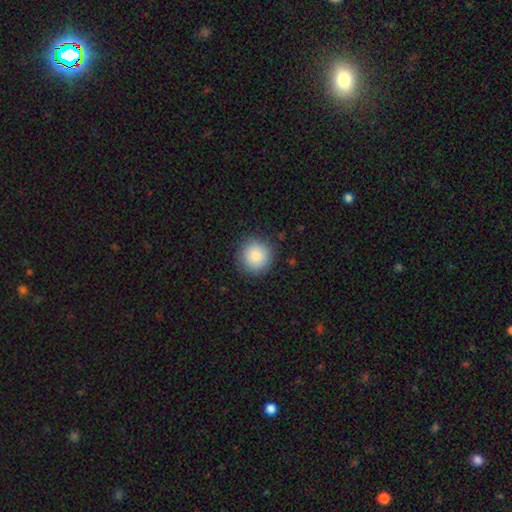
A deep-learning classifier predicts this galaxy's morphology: A smooth galaxy with no disk features (85%) that is round (94%).

Vote fractions:
- Smooth or featured? smooth: 85% / star or artifact: 9% / featured or disk: 6%
- How rounded? round: 94% / in between: 5% / cigar-shaped: 1%
- Merging? none: 89% / minor disturbance: 8% / major disturbance: 2% / merger: 1%